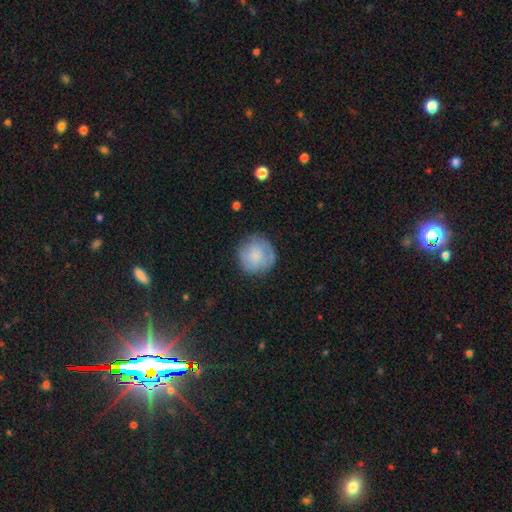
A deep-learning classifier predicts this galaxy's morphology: smooth_or_featured: smooth (p=0.70) [alt: featured or disk p=0.22]
how_rounded: round (p=0.93) [alt: in between p=0.06]
merging: none (p=0.76) [alt: minor disturbance p=0.17]